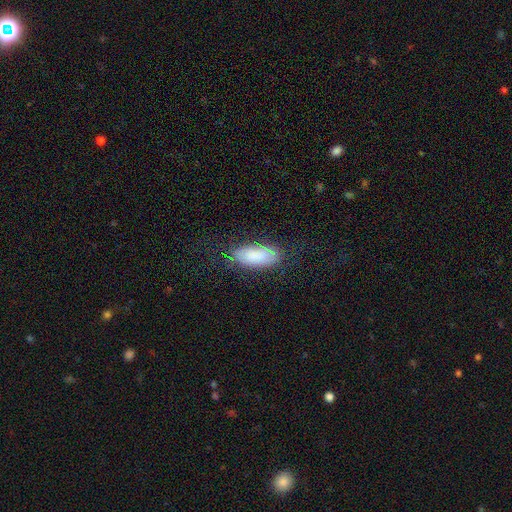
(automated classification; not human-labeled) Q: Smooth or featured?
A: smooth (74%); runner-up: featured or disk (17%)
Q: How rounded?
A: in between (87%); runner-up: cigar-shaped (10%)
Q: Merging?
A: none (68%); runner-up: minor disturbance (20%)